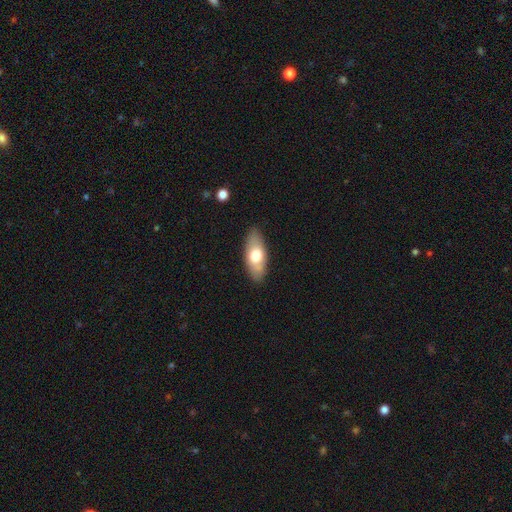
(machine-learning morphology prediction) smooth 67%, featured or disk 27%, star or artifact 6%. Down the decision tree: how rounded — in between (81%); merging — none (85%).